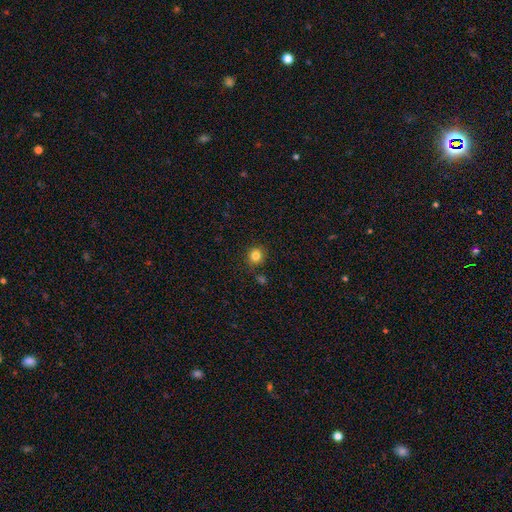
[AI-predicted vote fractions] A smooth galaxy with no disk features (83%) that is round (86%).

Vote fractions:
- Smooth or featured? smooth: 83% / star or artifact: 12% / featured or disk: 5%
- How rounded? round: 86% / in between: 13% / cigar-shaped: 1%
- Merging? none: 84% / minor disturbance: 10% / merger: 4% / major disturbance: 3%